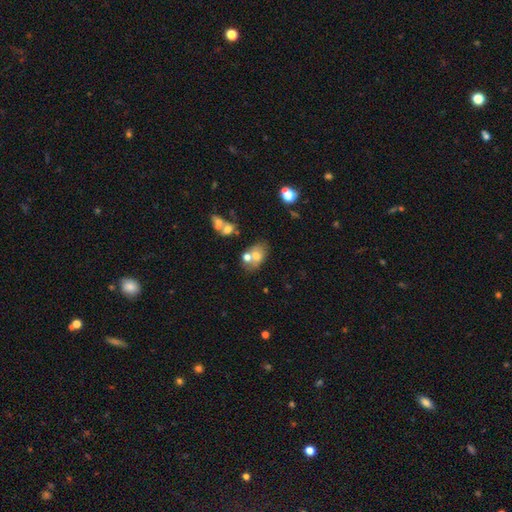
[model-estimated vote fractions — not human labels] Smooth or featured? Predicted: smooth (p=0.63). How rounded? Predicted: in between (p=0.74). Merging? Predicted: none (p=0.42).